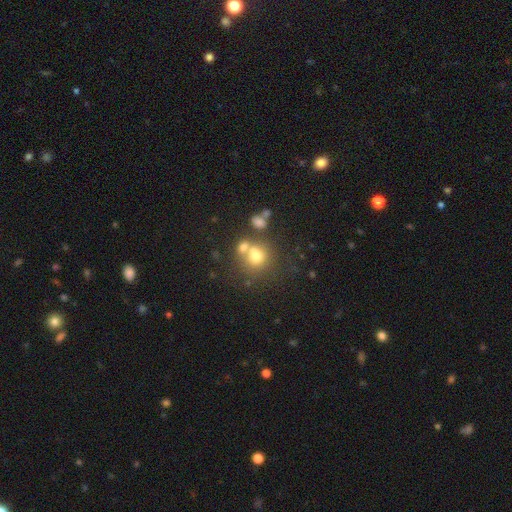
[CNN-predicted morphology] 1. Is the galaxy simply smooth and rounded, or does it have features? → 69% smooth, 16% featured or disk, 15% star or artifact.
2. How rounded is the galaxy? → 83% round, 16% in between, 1% cigar-shaped.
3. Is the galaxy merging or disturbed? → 50% none, 35% merger, 10% minor disturbance, 5% major disturbance.